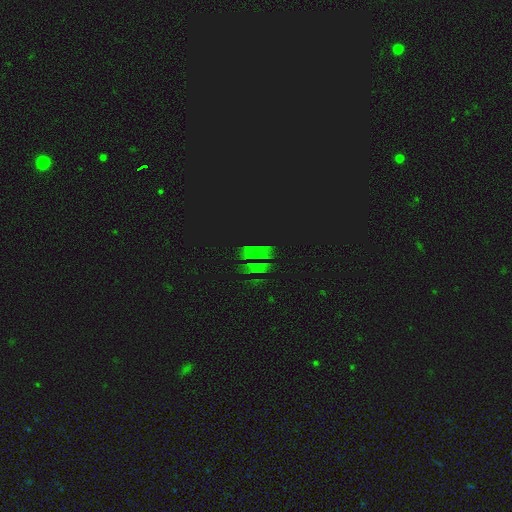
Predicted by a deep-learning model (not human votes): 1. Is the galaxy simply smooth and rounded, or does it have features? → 71% star or artifact, 18% smooth, 11% featured or disk.